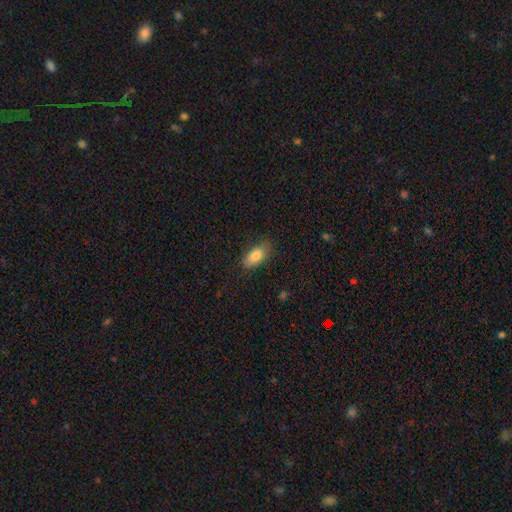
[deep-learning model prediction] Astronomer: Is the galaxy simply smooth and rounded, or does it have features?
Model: smooth — 81%.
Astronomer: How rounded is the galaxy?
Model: in between — 87%.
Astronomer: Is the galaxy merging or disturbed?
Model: none — 74%.